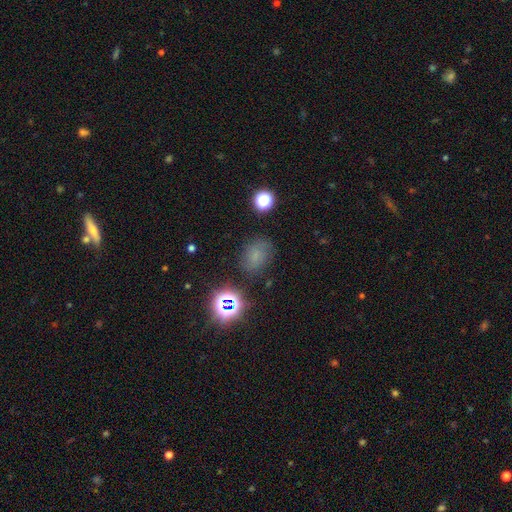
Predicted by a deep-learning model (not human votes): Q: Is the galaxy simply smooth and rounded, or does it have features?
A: smooth — 58%.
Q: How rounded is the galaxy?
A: in between — 56%.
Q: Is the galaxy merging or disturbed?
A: none — 73%.